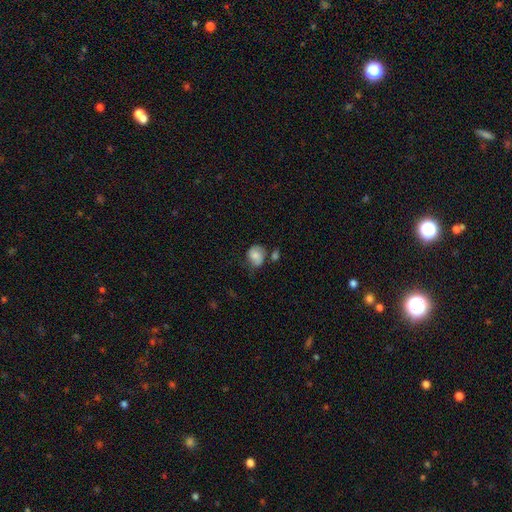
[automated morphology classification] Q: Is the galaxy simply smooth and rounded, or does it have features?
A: smooth — 72%.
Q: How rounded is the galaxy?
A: round — 57%.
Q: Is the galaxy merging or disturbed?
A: none — 45%.